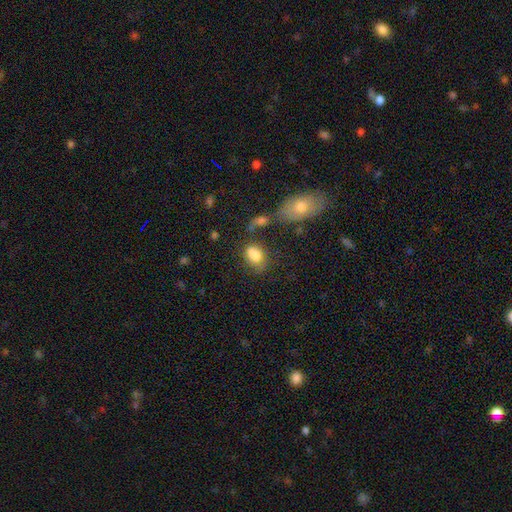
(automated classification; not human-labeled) Smooth or featured? smooth (81%)
How rounded? in between (79%)
Merging? none (43%)